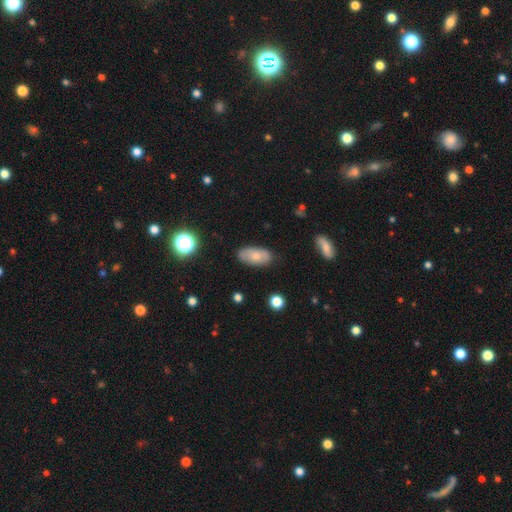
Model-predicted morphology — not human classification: The model was most divided on "smooth or featured": smooth: 67%, featured or disk: 25%, star or artifact: 8%. More confident: how rounded — in between (91%); merging — none (78%).